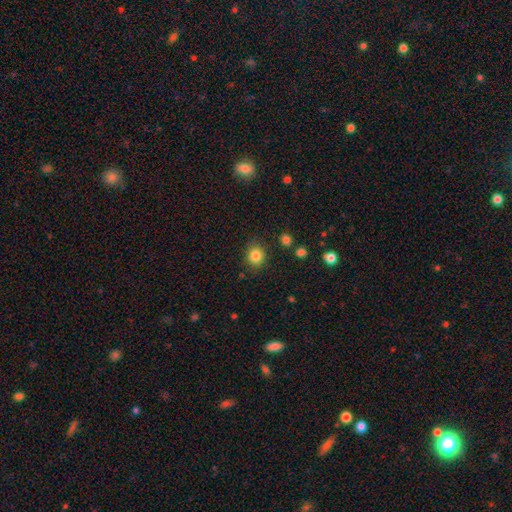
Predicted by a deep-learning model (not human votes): Smooth or featured? Predicted: smooth (p=0.84). How rounded? Predicted: round (p=0.71). Merging? Predicted: none (p=0.84).